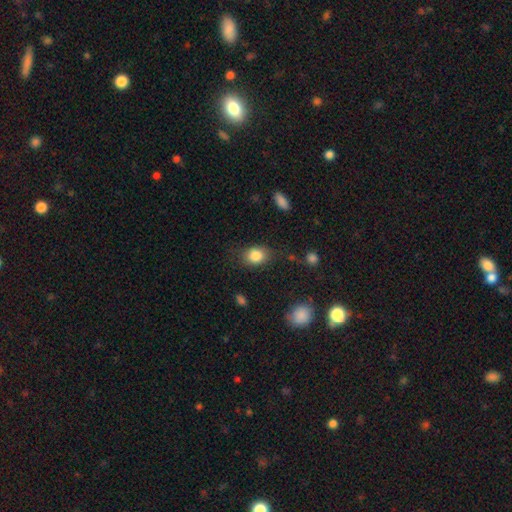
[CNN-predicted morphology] smooth-or-featured: smooth: 84% | star or artifact: 9% | featured or disk: 7%
  how-rounded: in between: 63% | round: 36% | cigar-shaped: 1%
  merging: none: 76% | minor disturbance: 17% | major disturbance: 5% | merger: 2%